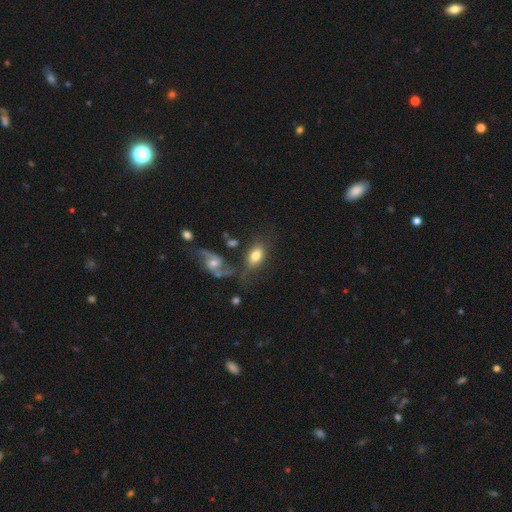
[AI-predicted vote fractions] This appears to be a smooth galaxy with no disk features (71%) that is in between round and cigar-shaped (89%). Merging: none (56%).